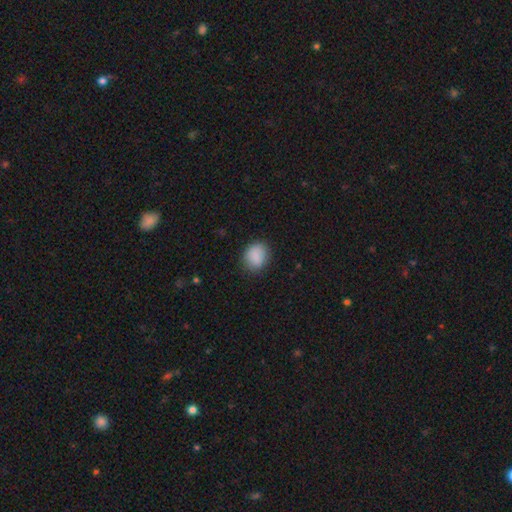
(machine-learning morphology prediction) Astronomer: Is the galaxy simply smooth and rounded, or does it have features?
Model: smooth — 88%.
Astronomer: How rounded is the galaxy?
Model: round — 59% (runner-up: in between, 40%).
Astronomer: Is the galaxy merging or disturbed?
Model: none — 82%.